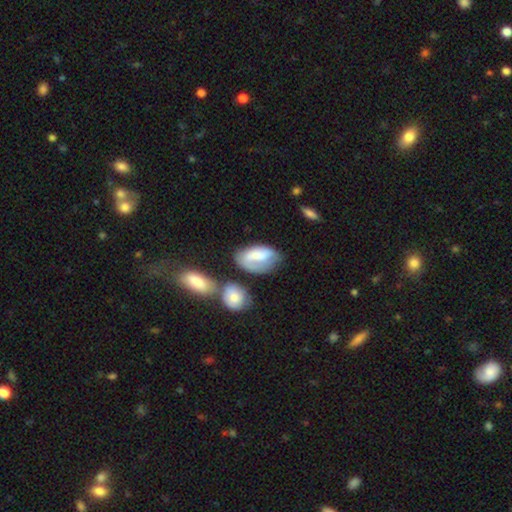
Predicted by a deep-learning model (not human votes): Overall: smooth (55%; featured or disk 38%). How rounded: in between (91%). Merging: none (40%; minor disturbance 27%).